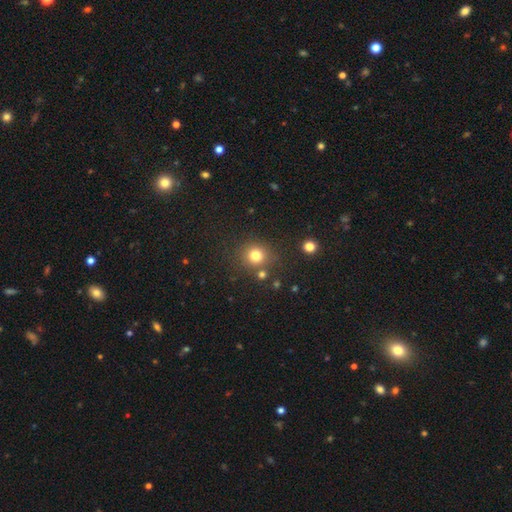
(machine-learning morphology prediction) A smooth galaxy with no disk features (79%) that is round (87%). Merging: none (78%).